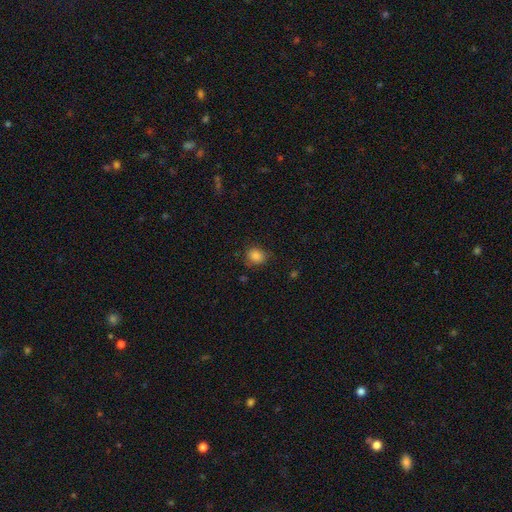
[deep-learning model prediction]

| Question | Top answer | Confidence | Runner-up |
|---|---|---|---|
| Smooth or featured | smooth | 86% | star or artifact (10%) |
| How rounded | round | 64% | in between (35%) |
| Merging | none | 76% | minor disturbance (18%) |